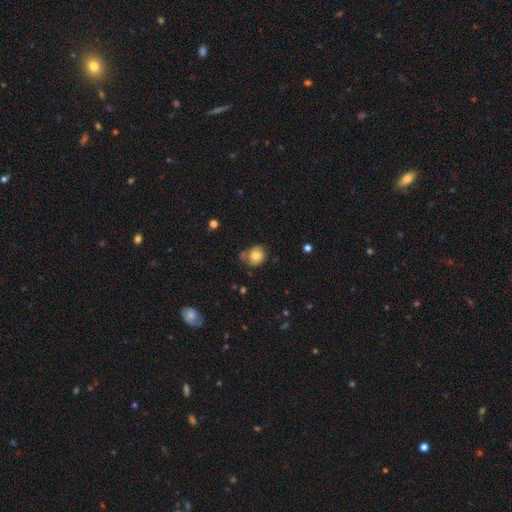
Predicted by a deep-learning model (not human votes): smooth-or-featured: smooth: 74% | featured or disk: 17% | star or artifact: 9%
  how-rounded: round: 72% | in between: 27% | cigar-shaped: 1%
  merging: none: 56% | minor disturbance: 23% | merger: 13% | major disturbance: 8%